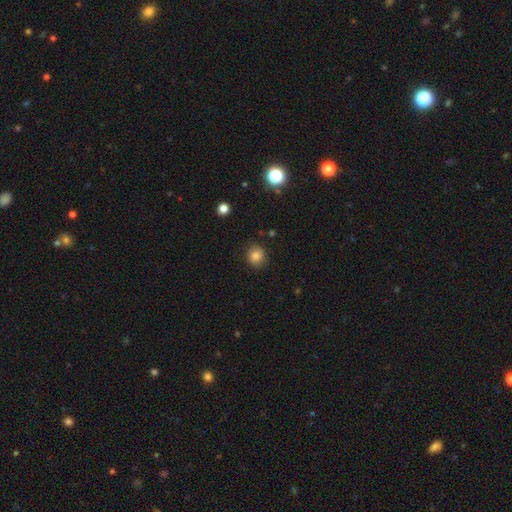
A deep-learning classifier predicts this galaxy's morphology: This appears to be a smooth galaxy with no disk features (83%) that is round (82%). Merging: none (86%).